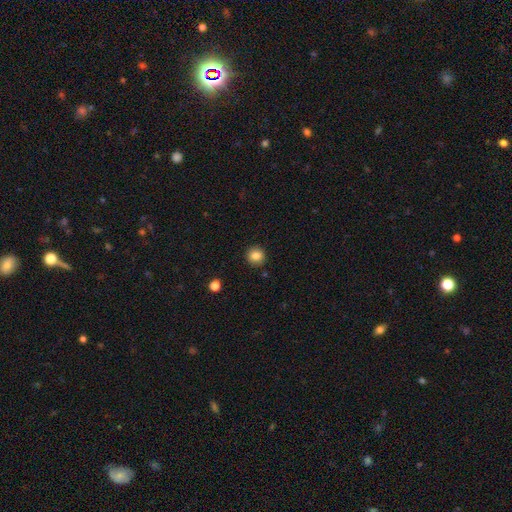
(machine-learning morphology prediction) smooth_or_featured: smooth (p=0.85) [alt: star or artifact p=0.10]
how_rounded: round (p=0.91) [alt: in between p=0.08]
merging: none (p=0.90) [alt: minor disturbance p=0.07]